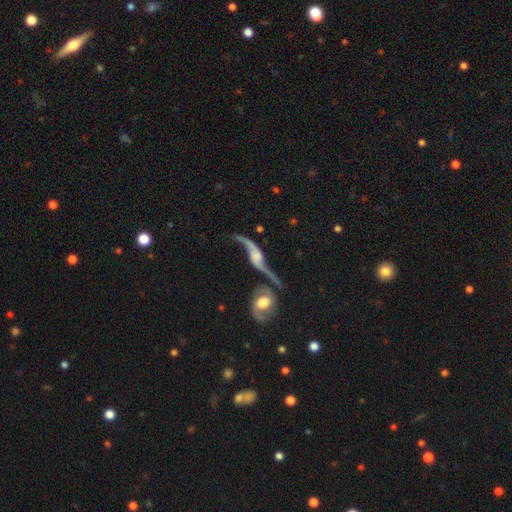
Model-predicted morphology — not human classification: type=featured or disk (88%); edge-on=no (82%); bar=no (50%); spiral arms=yes (95%); winding=loose (91%); arm count=2 (93%); bulge=moderate (30%, tied with small); merging=none (42%).